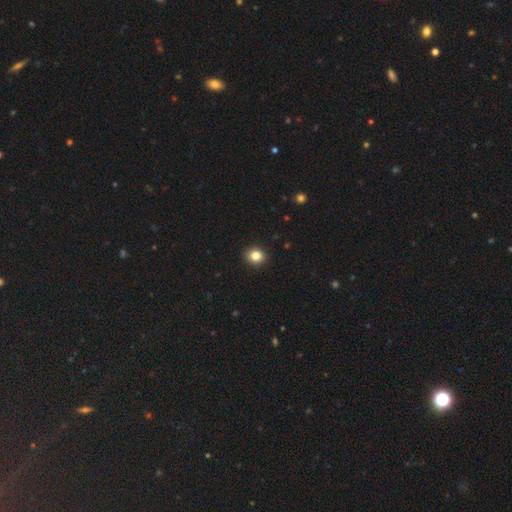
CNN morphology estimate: Overall: smooth (84%). How rounded: round (75%). Merging: none (92%).